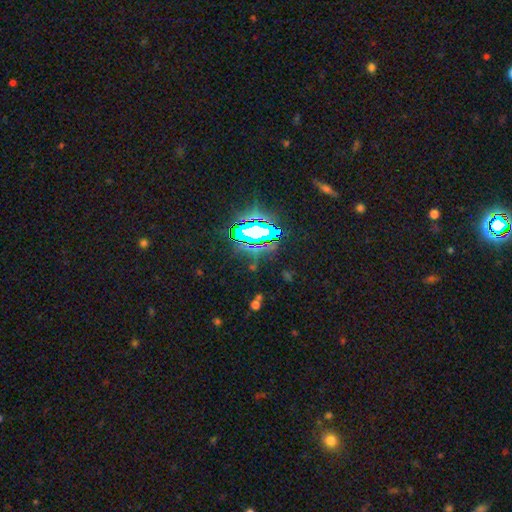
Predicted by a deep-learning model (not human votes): smooth-or-featured: star or artifact: 78% | smooth: 13% | featured or disk: 9%